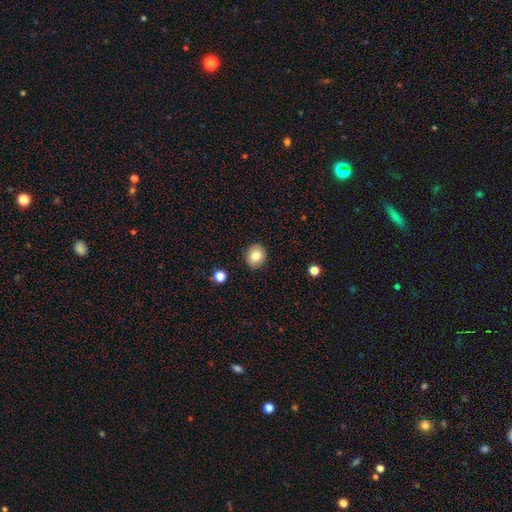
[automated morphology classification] Overall: smooth (84%). How rounded: round (70%). Merging: none (90%).